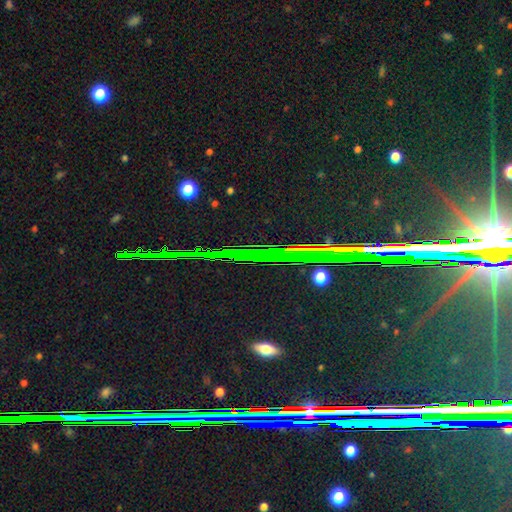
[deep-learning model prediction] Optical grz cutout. It shows a star or artifact, not a galaxy (68%).